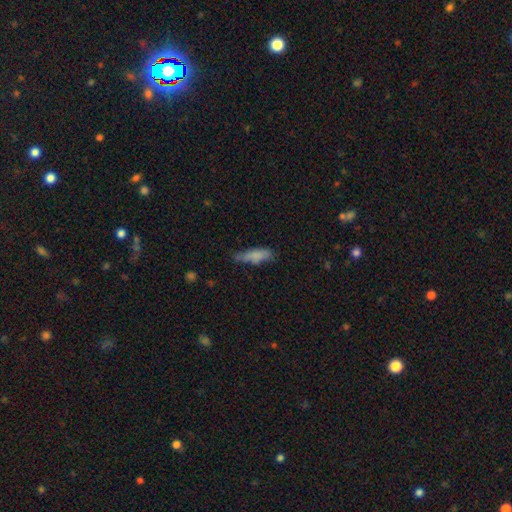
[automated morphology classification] smooth 79%, featured or disk 13%, star or artifact 8%. Down the decision tree: how rounded — cigar-shaped (54%); merging — none (54%).